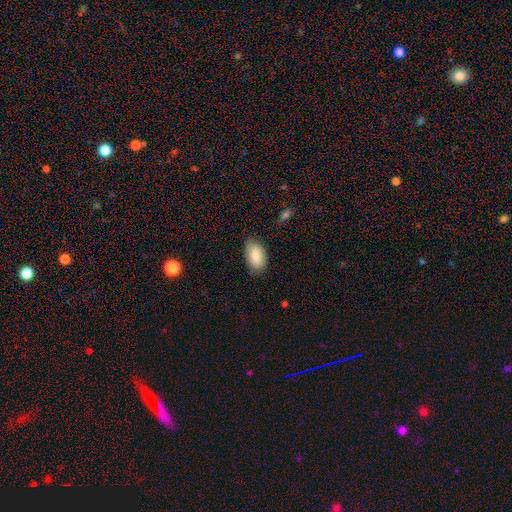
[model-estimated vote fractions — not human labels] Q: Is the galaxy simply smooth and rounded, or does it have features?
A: smooth — 83%.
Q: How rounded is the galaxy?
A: in between — 93%.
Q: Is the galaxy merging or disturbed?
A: none — 79%.